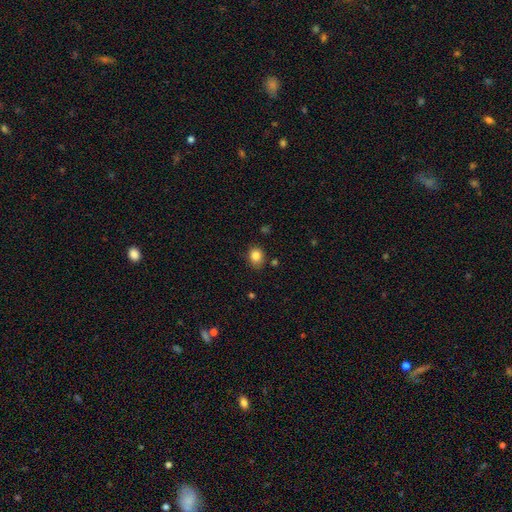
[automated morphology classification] A smooth galaxy with no disk features (84%) that is round (61%). Merging: none (80%).